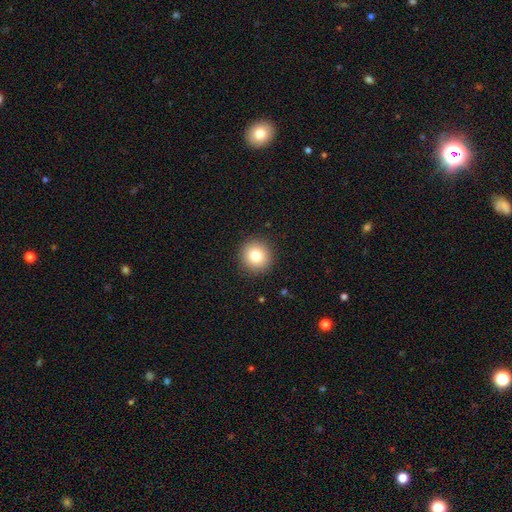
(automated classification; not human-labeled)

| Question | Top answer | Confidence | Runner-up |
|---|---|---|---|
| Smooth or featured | smooth | 81% | star or artifact (10%) |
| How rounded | round | 94% | in between (6%) |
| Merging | none | 91% | minor disturbance (6%) |